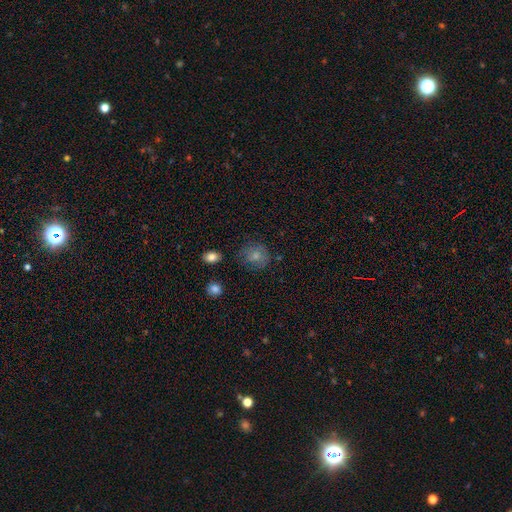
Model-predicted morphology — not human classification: smooth_or_featured: smooth (p=0.76) [alt: featured or disk p=0.15]
how_rounded: round (p=0.78) [alt: in between p=0.21]
merging: none (p=0.70) [alt: minor disturbance p=0.20]